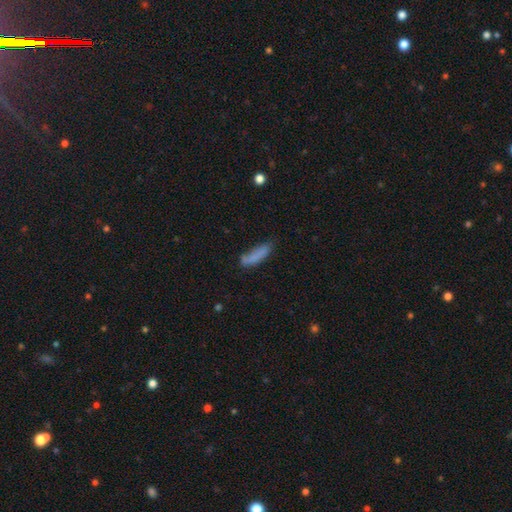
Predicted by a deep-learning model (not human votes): Smooth or featured: smooth — 80% (featured or disk — 12%)
How rounded: cigar-shaped — 59% (in between — 39%)
Merging: none — 58% (minor disturbance — 27%)